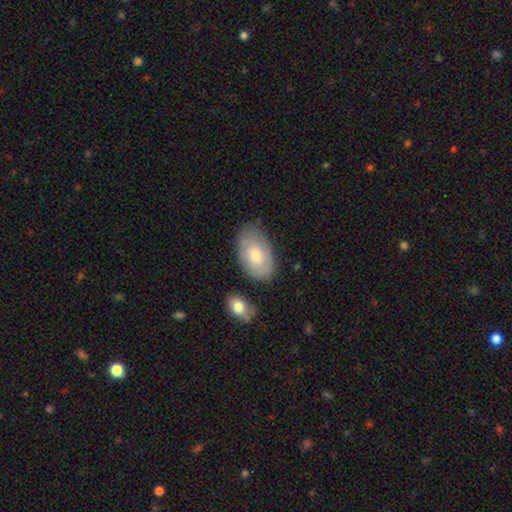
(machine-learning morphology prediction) Smooth or featured?
  - smooth: 61% *
  - featured or disk: 32%
  - star or artifact: 6%
How rounded?
  - in between: 93% *
  - round: 6%
  - cigar-shaped: 1%
Merging?
  - none: 73% *
  - minor disturbance: 19%
  - merger: 4%
  - major disturbance: 4%